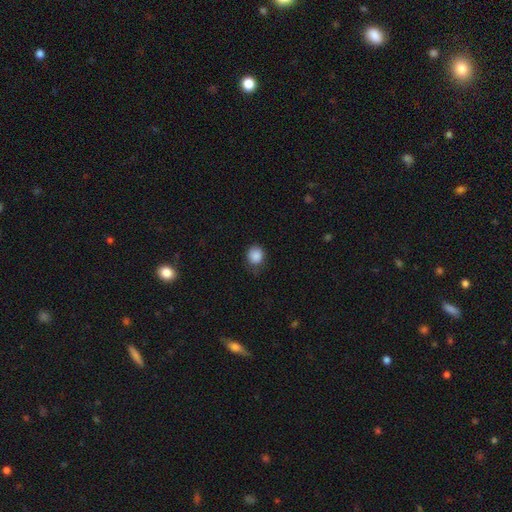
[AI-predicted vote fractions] Smooth or featured?
  - smooth: 87% *
  - star or artifact: 9%
  - featured or disk: 4%
How rounded?
  - round: 76% *
  - in between: 23%
  - cigar-shaped: 1%
Merging?
  - none: 67% *
  - minor disturbance: 26%
  - major disturbance: 6%
  - merger: 1%